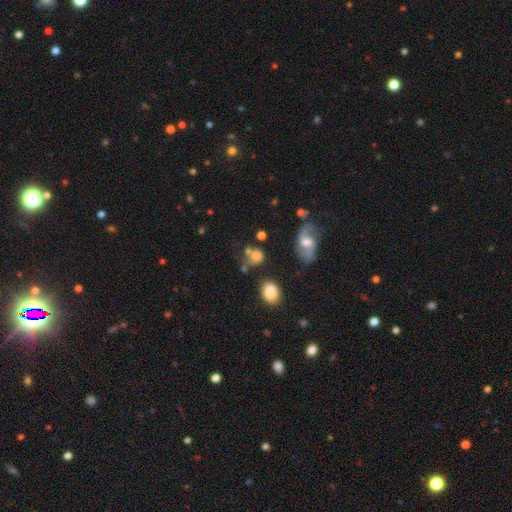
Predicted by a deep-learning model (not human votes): smooth_or_featured: smooth (p=0.69) [alt: featured or disk p=0.17]
how_rounded: round (p=0.69) [alt: in between p=0.29]
merging: none (p=0.50) [alt: merger p=0.24]